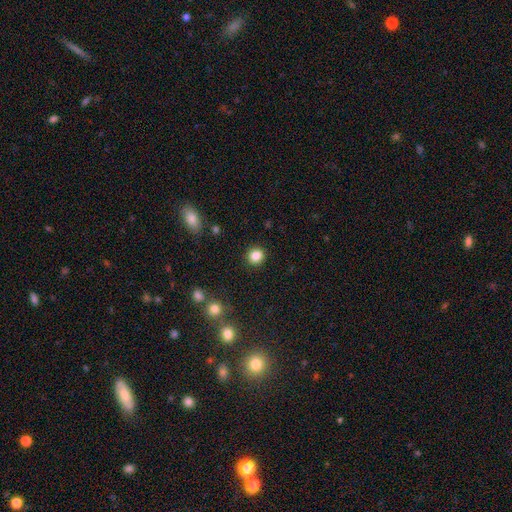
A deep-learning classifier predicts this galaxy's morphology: smooth-or-featured: smooth: 85% | star or artifact: 11% | featured or disk: 4%
  how-rounded: round: 83% | in between: 17% | cigar-shaped: 1%
  merging: none: 90% | minor disturbance: 6% | major disturbance: 2% | merger: 2%